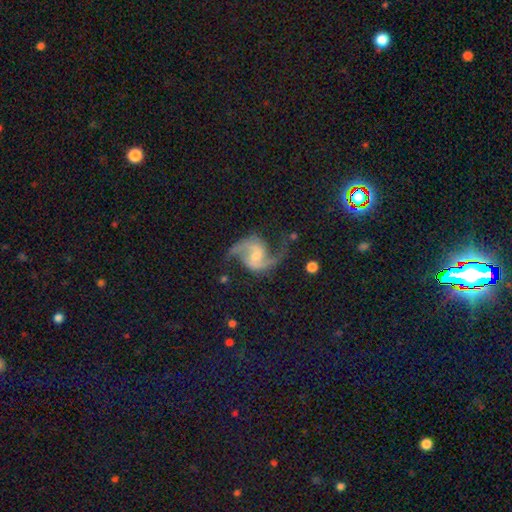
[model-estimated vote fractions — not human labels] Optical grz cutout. It shows a featured or disk galaxy (91%) with a weak bar (45%), 2 (94%) loose (49%) spiral arms (98%) and a small central bulge (50%). Merging: none (76%).